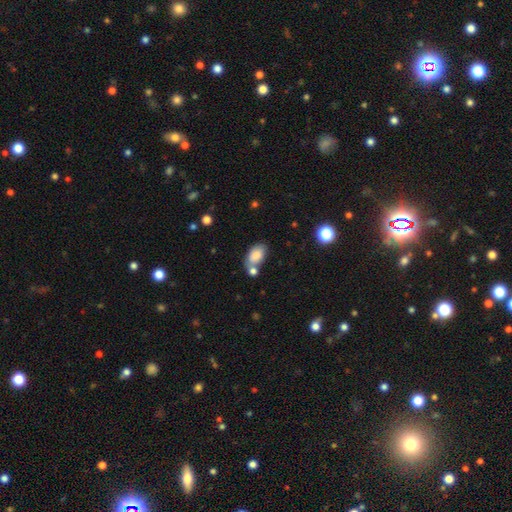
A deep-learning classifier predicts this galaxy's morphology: A smooth galaxy with no disk features (83%) that is in between round and cigar-shaped (92%).

Vote fractions:
- Smooth or featured? smooth: 83% / featured or disk: 9% / star or artifact: 8%
- How rounded? in between: 92% / round: 7% / cigar-shaped: 2%
- Merging? none: 53% / merger: 26% / minor disturbance: 16% / major disturbance: 5%